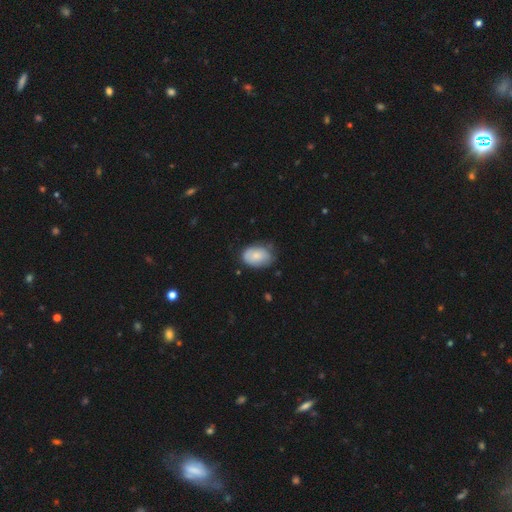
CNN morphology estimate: Smooth or featured?
  - smooth: 76% *
  - featured or disk: 18%
  - star or artifact: 7%
How rounded?
  - in between: 83% *
  - round: 15%
  - cigar-shaped: 1%
Merging?
  - none: 62% *
  - minor disturbance: 29%
  - major disturbance: 6%
  - merger: 2%